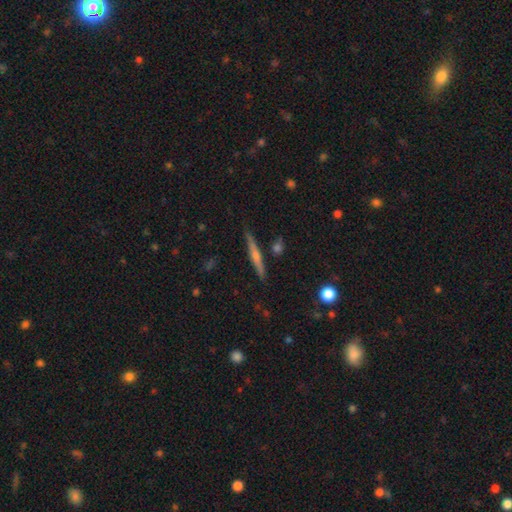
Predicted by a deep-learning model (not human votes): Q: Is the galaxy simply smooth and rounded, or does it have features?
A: featured or disk — 61%.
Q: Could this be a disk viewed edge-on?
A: yes — 97%.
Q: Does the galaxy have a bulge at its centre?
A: rounded — 68%.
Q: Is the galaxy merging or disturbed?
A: none — 88%.